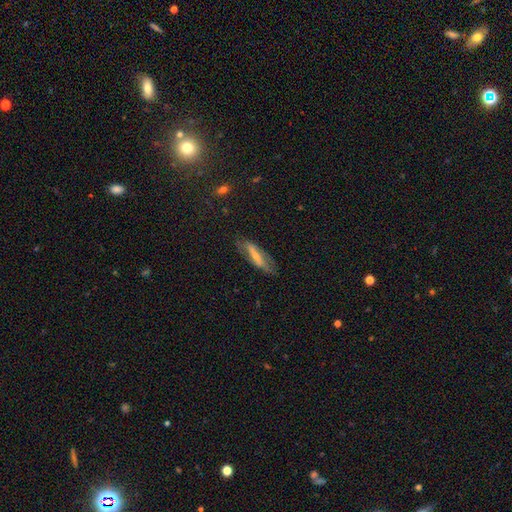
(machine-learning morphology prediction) smooth_or_featured: featured or disk (p=0.57) [alt: smooth p=0.36]
disk_edge_on: no (p=0.63) [alt: yes p=0.37]
merging: none (p=0.72) [alt: minor disturbance p=0.18]